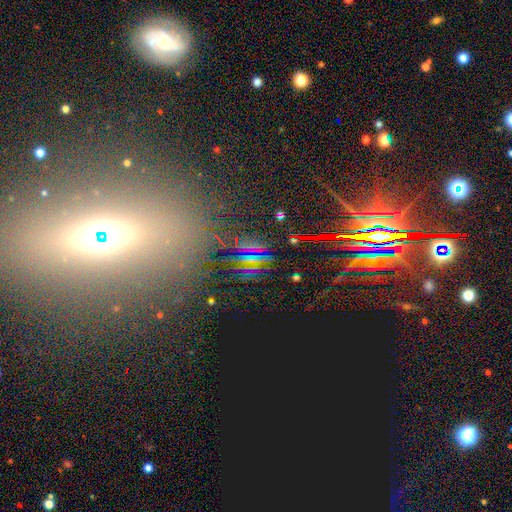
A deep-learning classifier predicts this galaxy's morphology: This is likely a star or artifact rather than a galaxy (76%).